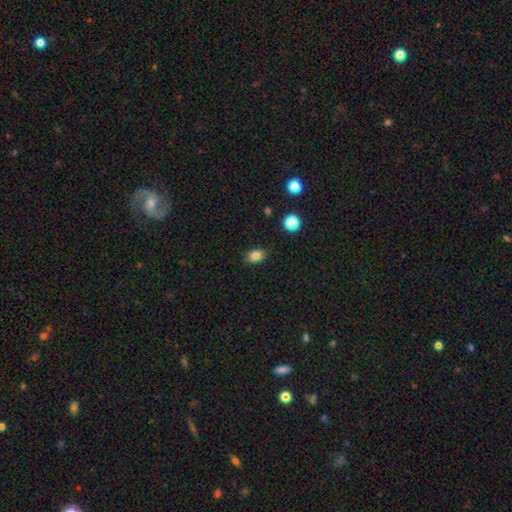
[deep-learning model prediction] A smooth galaxy with no disk features (84%) that is in between round and cigar-shaped (75%).

Vote fractions:
- Smooth or featured? smooth: 84% / star or artifact: 11% / featured or disk: 5%
- How rounded? in between: 75% / round: 24% / cigar-shaped: 1%
- Merging? none: 86% / minor disturbance: 10% / major disturbance: 2% / merger: 1%